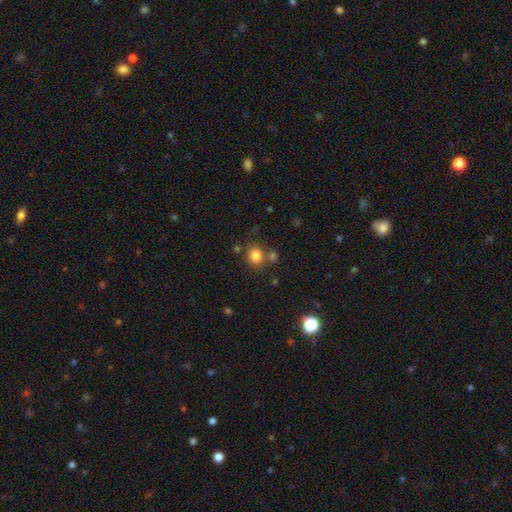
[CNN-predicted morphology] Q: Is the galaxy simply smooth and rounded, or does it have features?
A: smooth — 81%.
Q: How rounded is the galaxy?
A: round — 78%.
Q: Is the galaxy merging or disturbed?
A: none — 70%.